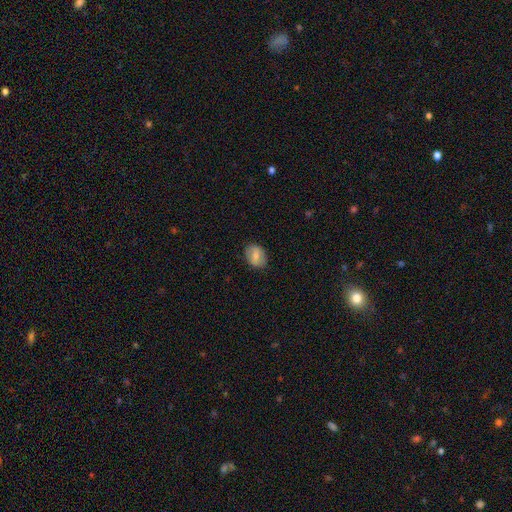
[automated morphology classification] Smooth or featured? smooth (64%)
How rounded? in between (70%)
Merging? none (85%)